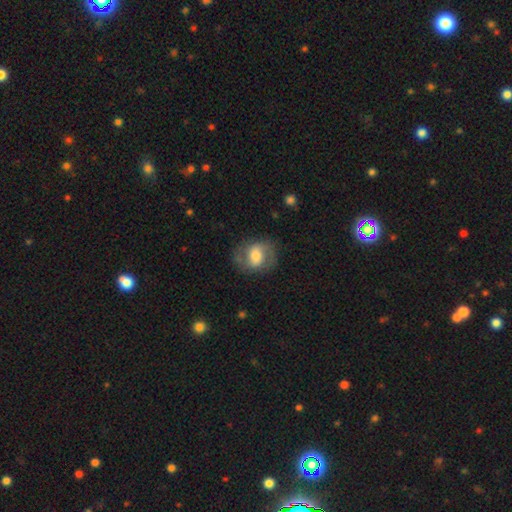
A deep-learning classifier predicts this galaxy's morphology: Smooth or featured? Predicted: featured or disk (p=0.53). Edge-on disk? Predicted: no (p=0.96). Bar? Predicted: weak (p=0.42). Spiral arms? Predicted: yes (p=0.77). Bulge size? Predicted: moderate (p=0.50). Merging? Predicted: none (p=0.73).